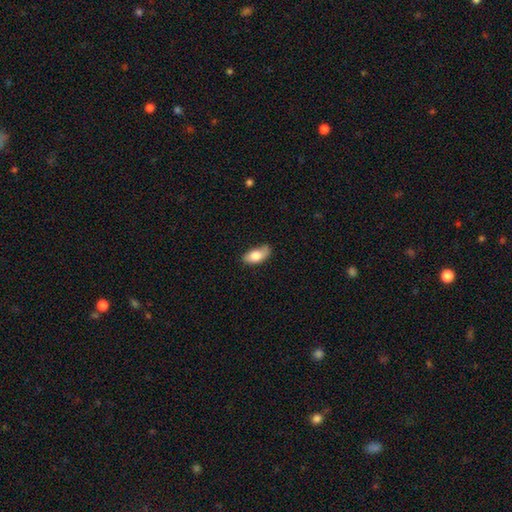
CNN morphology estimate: Smooth or featured?
  - smooth: 79% *
  - featured or disk: 14%
  - star or artifact: 6%
How rounded?
  - in between: 90% *
  - cigar-shaped: 7%
  - round: 3%
Merging?
  - none: 63% *
  - minor disturbance: 29%
  - major disturbance: 6%
  - merger: 2%